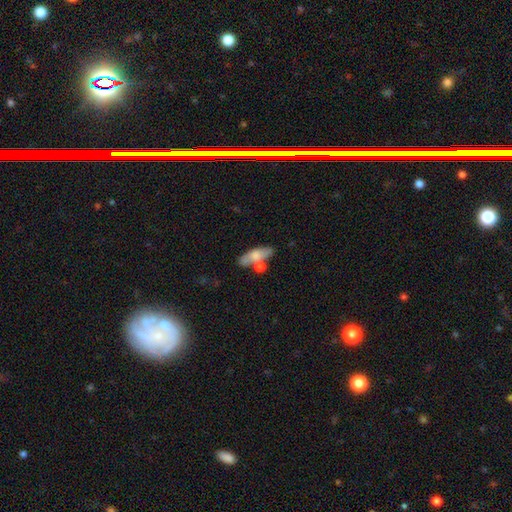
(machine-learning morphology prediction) This is likely a smooth galaxy (66%). How rounded: likely in between (63%). Merging: possibly none (59%).